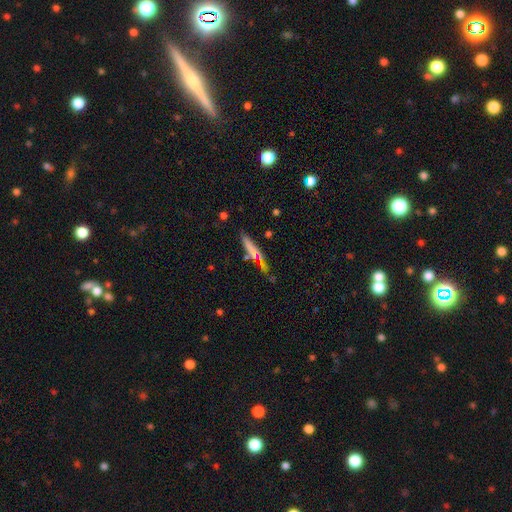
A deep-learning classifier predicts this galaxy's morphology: Q: Smooth or featured?
A: smooth (56%); runner-up: featured or disk (35%)
Q: How rounded?
A: cigar-shaped (92%); runner-up: in between (6%)
Q: Merging?
A: none (68%); runner-up: minor disturbance (18%)